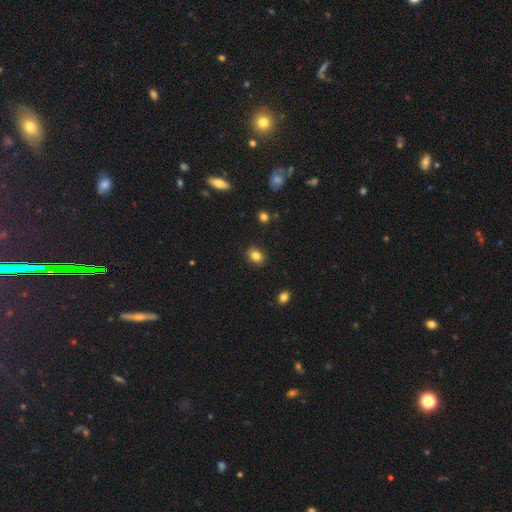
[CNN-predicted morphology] Smooth or featured: smooth — 84% (star or artifact — 11%)
How rounded: round — 53% (in between — 46%)
Merging: none — 90% (minor disturbance — 7%)